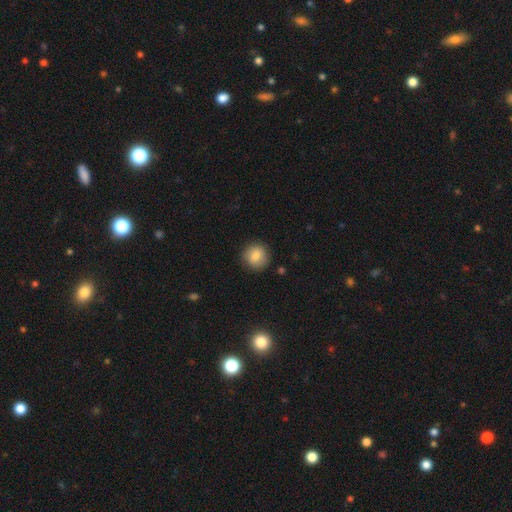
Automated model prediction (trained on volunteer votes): This appears to be a smooth galaxy with no disk features (84%) that is round (91%). Merging: none (88%).